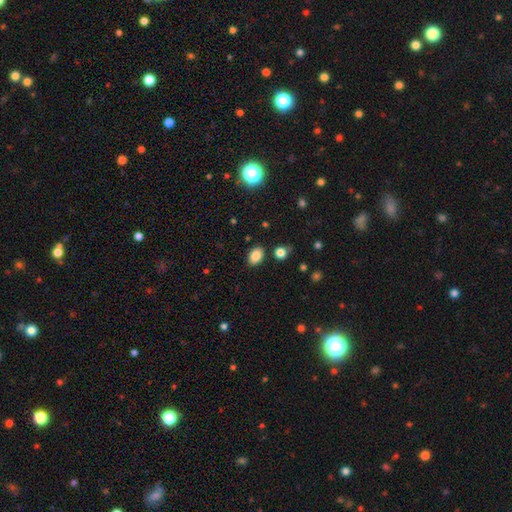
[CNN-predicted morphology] Smooth or featured? Predicted: smooth (p=0.85). How rounded? Predicted: in between (p=0.81). Merging? Predicted: none (p=0.84).